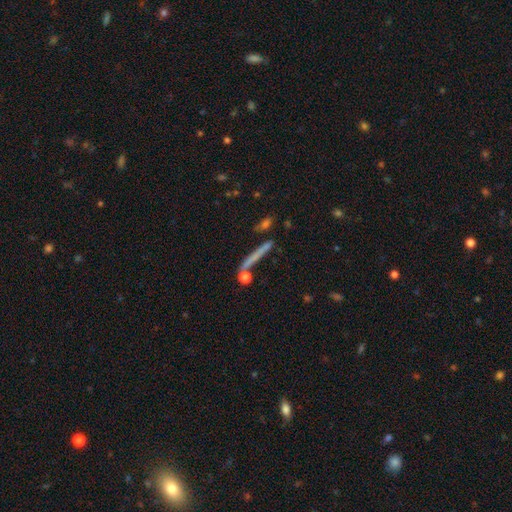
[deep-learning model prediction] This appears to be a smooth galaxy with no disk features (48%). Merging: none (75%).